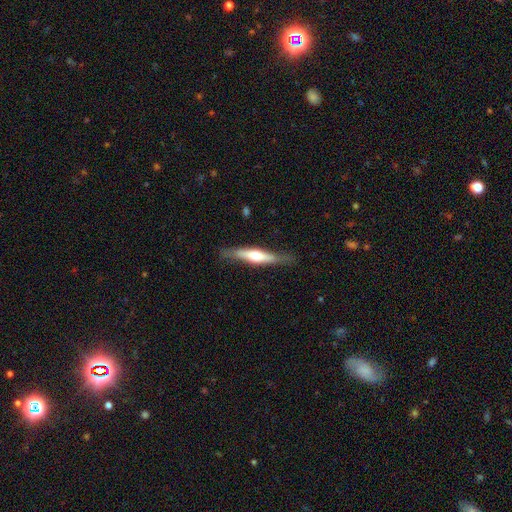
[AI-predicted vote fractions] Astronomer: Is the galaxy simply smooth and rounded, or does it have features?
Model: featured or disk — 56% (runner-up: smooth, 39%).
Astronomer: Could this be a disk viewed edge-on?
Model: yes — 92%.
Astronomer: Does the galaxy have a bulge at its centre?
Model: rounded — 83%.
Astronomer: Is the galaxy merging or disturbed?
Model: none — 78%.